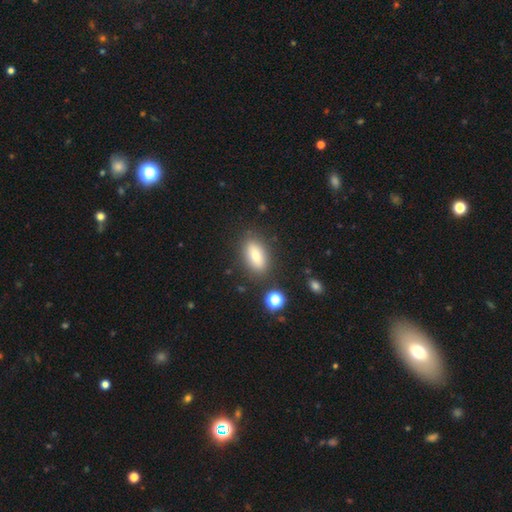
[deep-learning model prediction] Smooth or featured?
  - smooth: 76% *
  - featured or disk: 15%
  - star or artifact: 9%
How rounded?
  - in between: 84% *
  - cigar-shaped: 10%
  - round: 6%
Merging?
  - none: 82% *
  - minor disturbance: 11%
  - merger: 4%
  - major disturbance: 4%